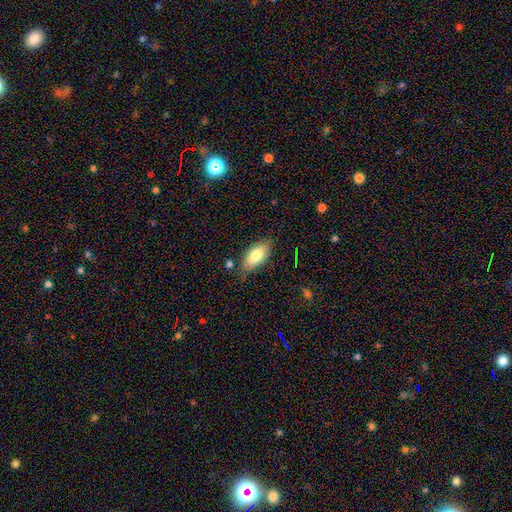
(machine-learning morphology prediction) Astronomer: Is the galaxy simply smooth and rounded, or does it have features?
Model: smooth — 77%.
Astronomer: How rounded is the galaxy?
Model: in between — 88%.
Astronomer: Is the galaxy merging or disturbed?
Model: none — 76%.